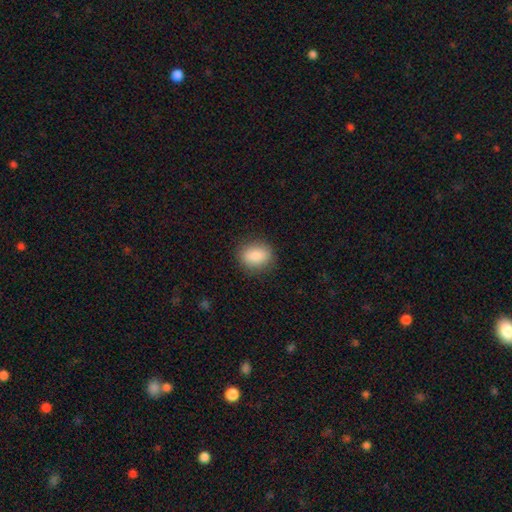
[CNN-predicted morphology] Smooth or featured: smooth — 86% (star or artifact — 8%)
How rounded: in between — 57% (round — 42%)
Merging: none — 87% (minor disturbance — 10%)